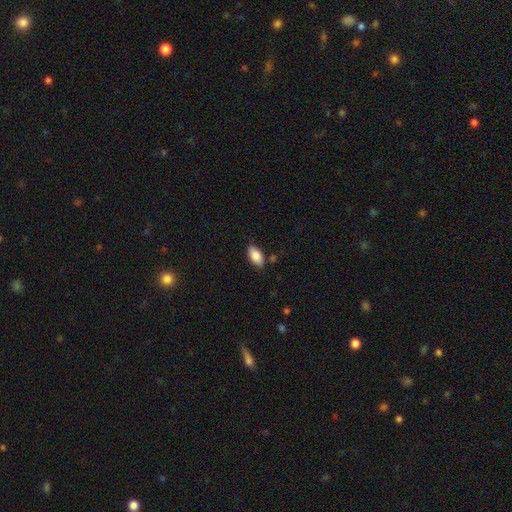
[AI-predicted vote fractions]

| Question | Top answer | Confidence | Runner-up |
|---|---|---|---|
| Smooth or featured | smooth | 86% | featured or disk (7%) |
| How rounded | in between | 93% | round (4%) |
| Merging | none | 81% | minor disturbance (14%) |